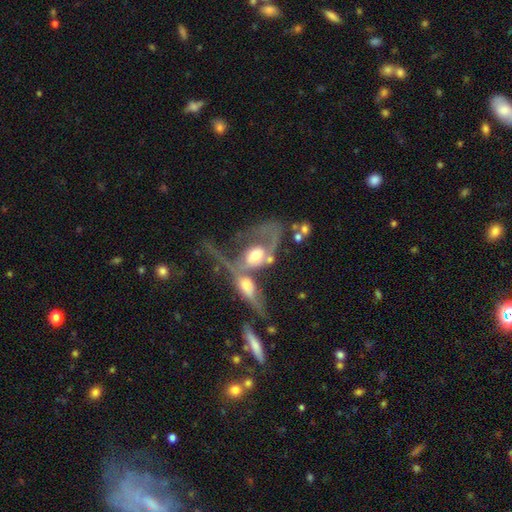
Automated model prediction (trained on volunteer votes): This appears to be a featured or disk galaxy (65%) with no bar (72%), spiral arms (59%) and a moderate central bulge (49%). Merging: merger (67%).